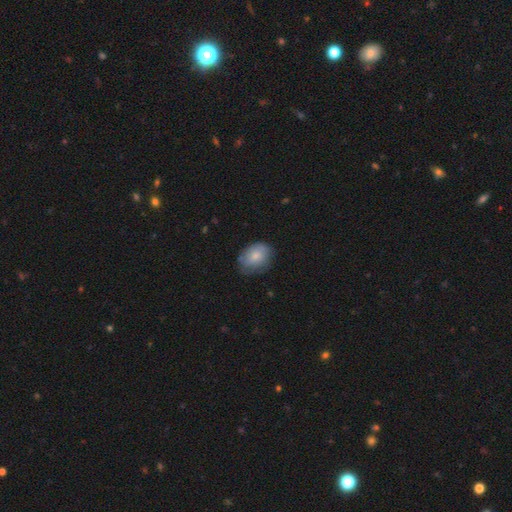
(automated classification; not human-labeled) A smooth galaxy with no disk features (75%) that is in between round and cigar-shaped (70%). Merging: none (65%).